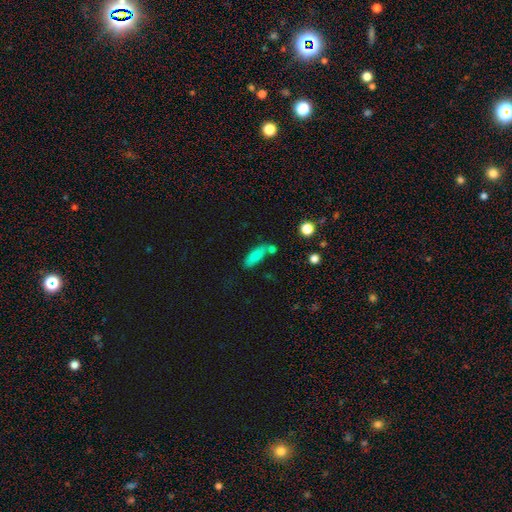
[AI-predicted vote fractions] smooth 82%, featured or disk 9%, star or artifact 9%. Down the decision tree: how rounded — in between (69%); merging — none (61%).